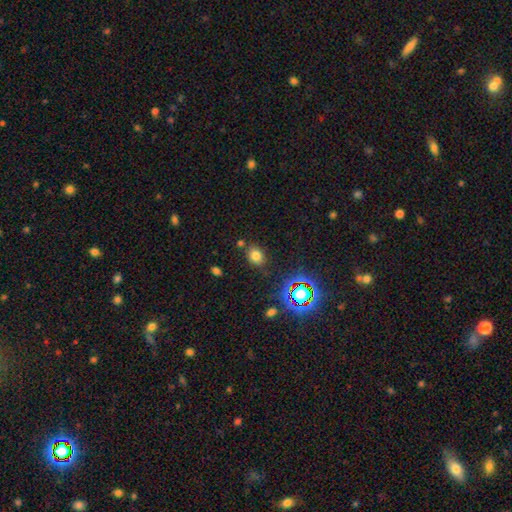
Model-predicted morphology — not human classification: Smooth or featured? Predicted: smooth (p=0.73). How rounded? Predicted: in between (p=0.53). Merging? Predicted: none (p=0.77).